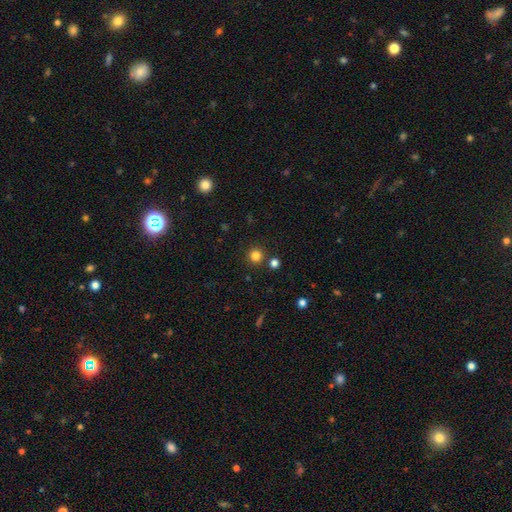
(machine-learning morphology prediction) This is clearly a smooth galaxy (82%). How rounded: clearly round (94%). Merging: clearly none (86%).